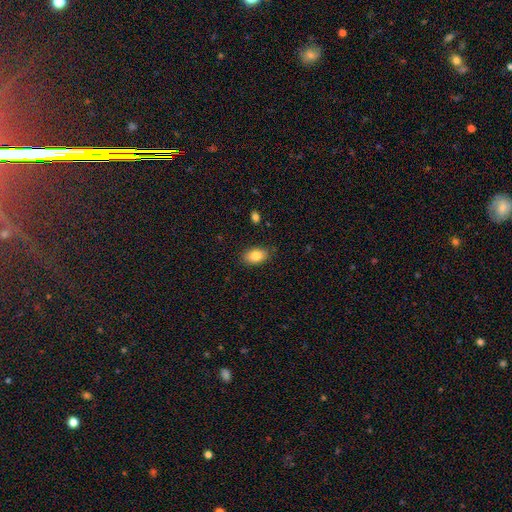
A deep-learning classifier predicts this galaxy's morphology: Smooth or featured: smooth — 84% (featured or disk — 8%)
How rounded: in between — 88% (round — 11%)
Merging: none — 84% (minor disturbance — 12%)